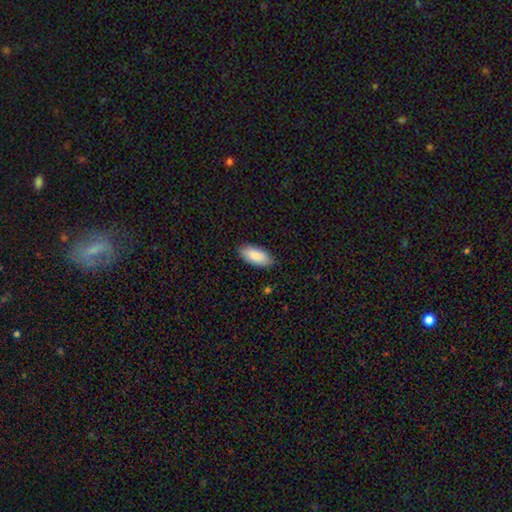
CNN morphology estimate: A smooth galaxy with no disk features (87%) that is in between round and cigar-shaped (87%).

Vote fractions:
- Smooth or featured? smooth: 87% / featured or disk: 7% / star or artifact: 6%
- How rounded? in between: 87% / cigar-shaped: 11% / round: 2%
- Merging? none: 86% / minor disturbance: 11% / major disturbance: 2% / merger: 1%